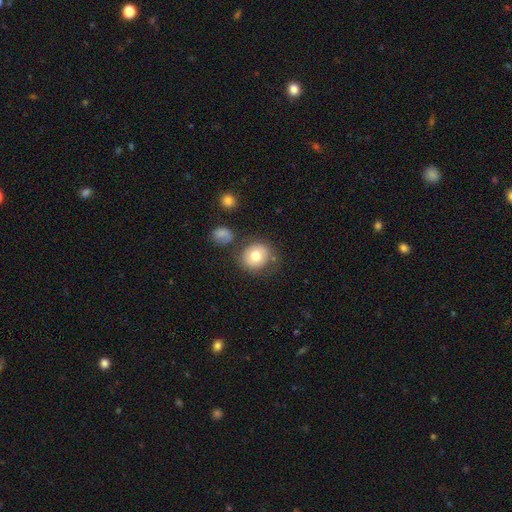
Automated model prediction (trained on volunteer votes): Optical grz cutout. It shows a smooth galaxy with no disk features (74%) that is round (79%). Merging: none (73%).